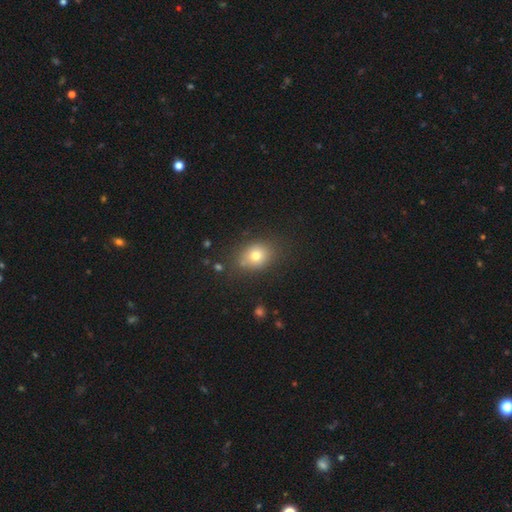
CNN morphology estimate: type=smooth (75%); roundness=round (54%); merging=none (77%).